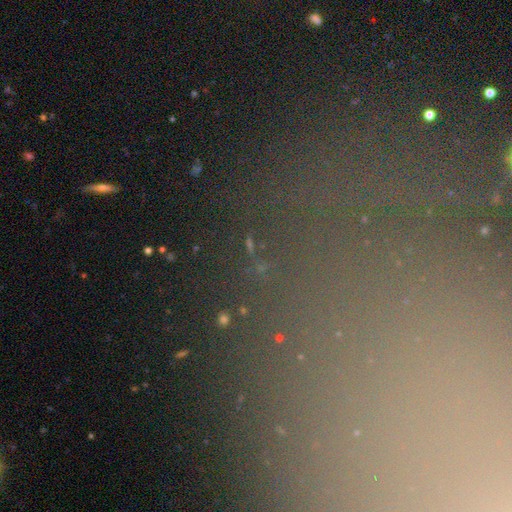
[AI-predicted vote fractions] Smooth or featured? Predicted: star or artifact (p=0.70).